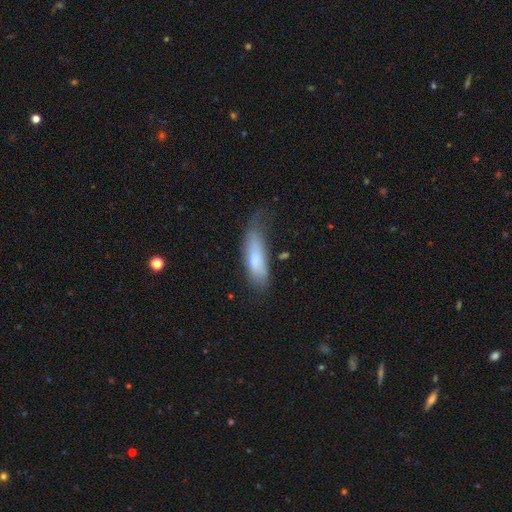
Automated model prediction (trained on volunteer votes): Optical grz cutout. It shows a smooth galaxy with no disk features (70%) that is cigar-shaped (57%). Merging: none (45%).